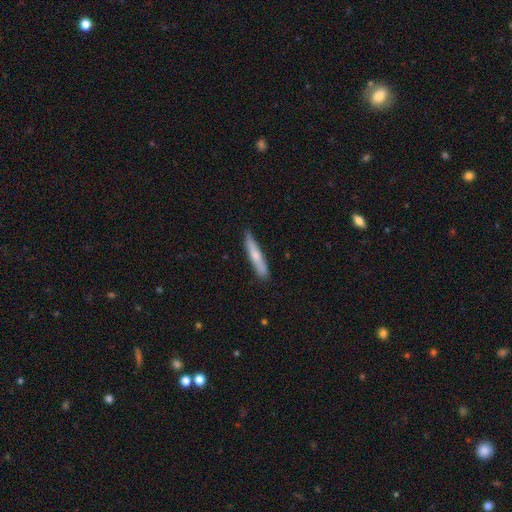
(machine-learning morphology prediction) Q: Smooth or featured?
A: smooth (63%); runner-up: featured or disk (32%)
Q: How rounded?
A: cigar-shaped (92%); runner-up: in between (6%)
Q: Merging?
A: none (86%); runner-up: minor disturbance (11%)